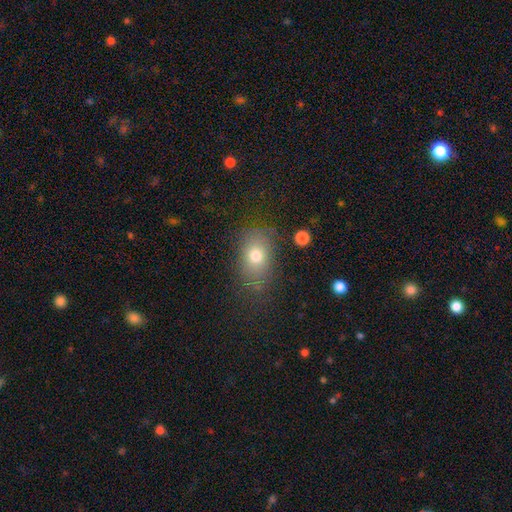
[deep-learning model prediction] This is likely a smooth galaxy (74%). How rounded: likely in between (76%). Merging: likely none (71%).